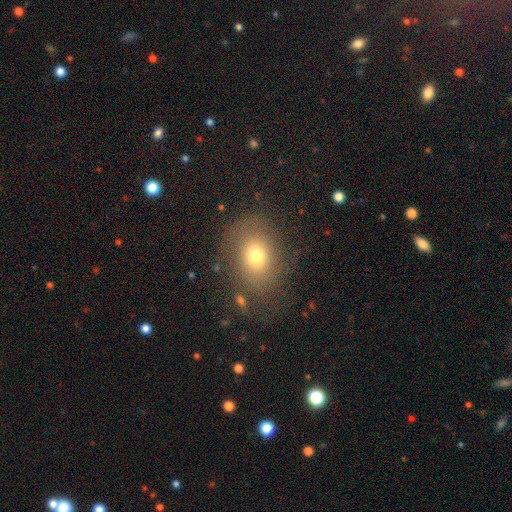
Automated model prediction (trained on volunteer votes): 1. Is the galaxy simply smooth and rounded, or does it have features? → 71% smooth, 16% featured or disk, 13% star or artifact.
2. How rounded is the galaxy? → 57% in between, 42% round, 1% cigar-shaped.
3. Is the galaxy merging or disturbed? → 72% none, 17% minor disturbance, 9% major disturbance, 2% merger.